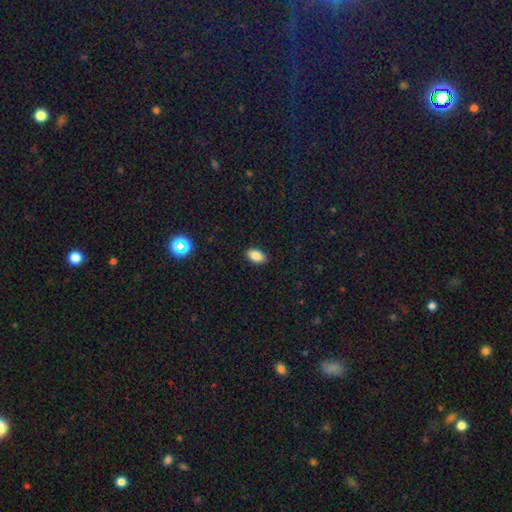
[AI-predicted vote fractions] smooth-or-featured: smooth: 85% | star or artifact: 9% | featured or disk: 6%
  how-rounded: in between: 92% | round: 6% | cigar-shaped: 2%
  merging: none: 89% | minor disturbance: 8% | major disturbance: 2% | merger: 1%